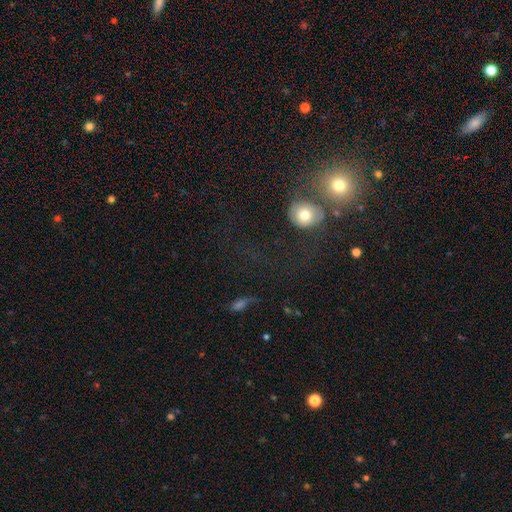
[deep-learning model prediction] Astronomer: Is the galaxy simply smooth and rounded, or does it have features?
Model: smooth — 46% (runner-up: star or artifact, 33%).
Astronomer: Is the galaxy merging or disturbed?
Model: merger — 46% (runner-up: none, 31%).